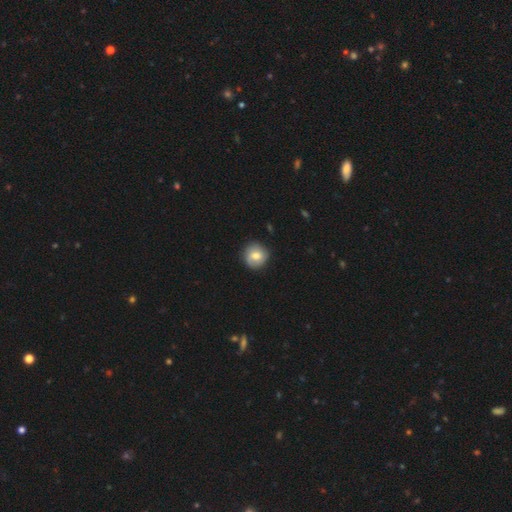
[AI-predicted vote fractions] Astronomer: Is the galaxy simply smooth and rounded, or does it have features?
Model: smooth — 71%.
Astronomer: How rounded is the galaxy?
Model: round — 90%.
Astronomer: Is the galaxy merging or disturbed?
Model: none — 84%.